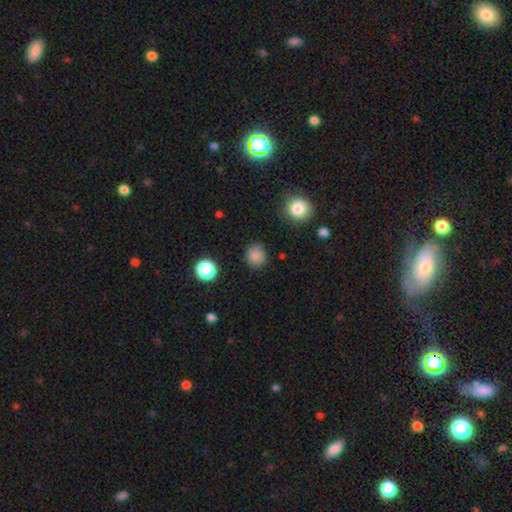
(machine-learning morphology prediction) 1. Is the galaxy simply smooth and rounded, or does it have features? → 84% smooth, 12% star or artifact, 4% featured or disk.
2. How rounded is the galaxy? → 87% round, 12% in between, 1% cigar-shaped.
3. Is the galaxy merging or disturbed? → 86% none, 10% minor disturbance, 3% major disturbance, 2% merger.